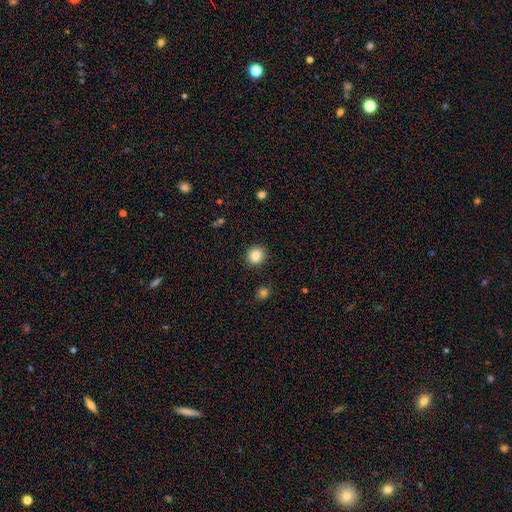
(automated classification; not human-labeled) Morphology: type=smooth (87%); roundness=round (86%); merging=none (90%).